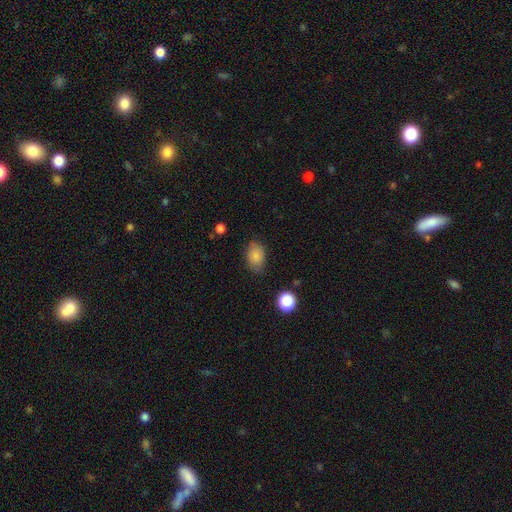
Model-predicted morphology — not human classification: A smooth galaxy with no disk features (83%) that is in between round and cigar-shaped (79%).

Vote fractions:
- Smooth or featured? smooth: 83% / star or artifact: 10% / featured or disk: 7%
- How rounded? in between: 79% / round: 20% / cigar-shaped: 1%
- Merging? none: 77% / minor disturbance: 18% / major disturbance: 4% / merger: 2%